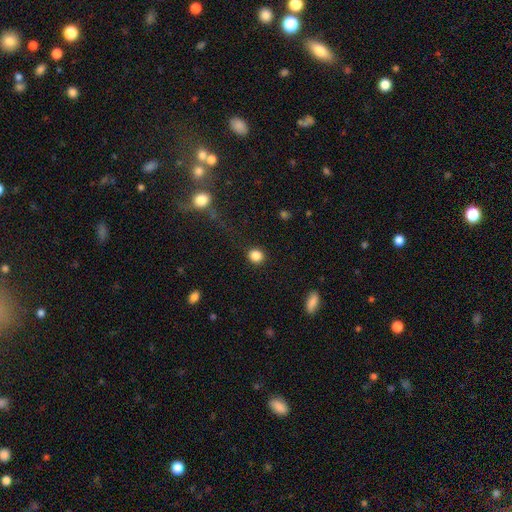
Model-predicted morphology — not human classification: This appears to be a smooth galaxy with no disk features (85%) that is round (88%). Merging: none (90%).